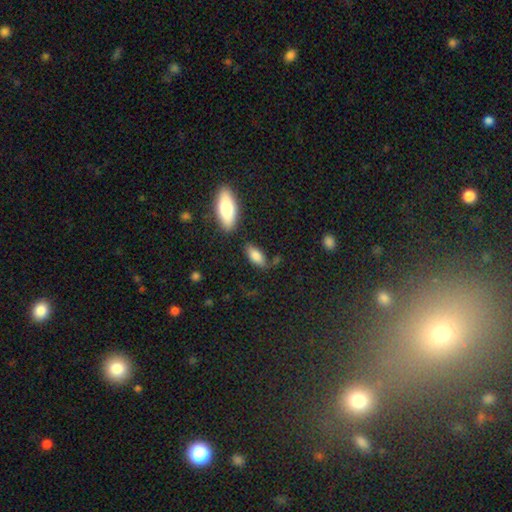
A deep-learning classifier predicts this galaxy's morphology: Q: Smooth or featured?
A: smooth (82%); runner-up: featured or disk (10%)
Q: How rounded?
A: in between (82%); runner-up: cigar-shaped (15%)
Q: Merging?
A: none (71%); runner-up: minor disturbance (18%)